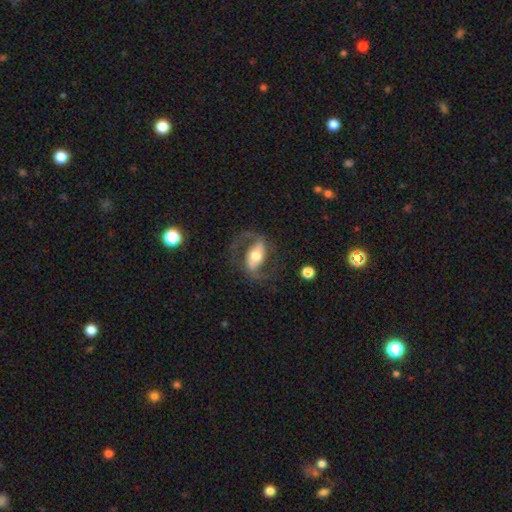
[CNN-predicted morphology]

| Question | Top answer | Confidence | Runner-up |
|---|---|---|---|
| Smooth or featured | featured or disk | 79% | smooth (16%) |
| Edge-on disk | no | 94% | yes (6%) |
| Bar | strong | 46% | weak (32%) |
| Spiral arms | yes | 89% | no (11%) |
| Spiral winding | medium | 49% | loose (39%) |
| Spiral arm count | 2 | 90% | 1 (4%) |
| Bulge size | moderate | 63% | large (17%) |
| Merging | none | 67% | major disturbance (17%) |